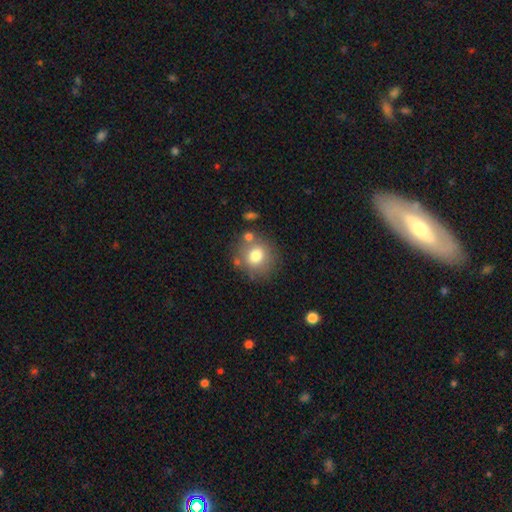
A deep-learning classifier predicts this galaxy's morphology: A smooth galaxy with no disk features (75%) that is round (80%). Merging: none (72%).